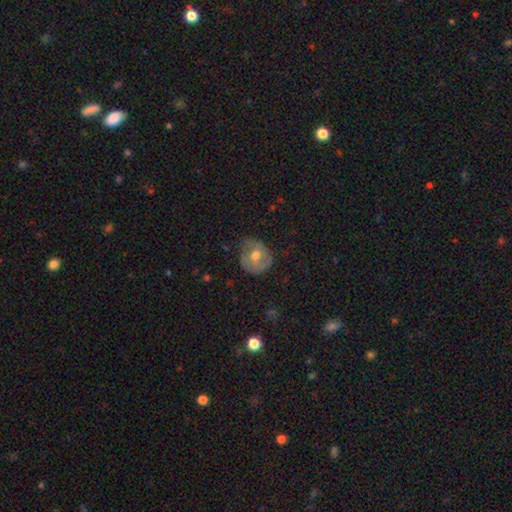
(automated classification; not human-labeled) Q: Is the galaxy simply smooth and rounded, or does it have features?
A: smooth — 51%.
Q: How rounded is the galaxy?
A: round — 77%.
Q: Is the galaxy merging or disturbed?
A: none — 65%.